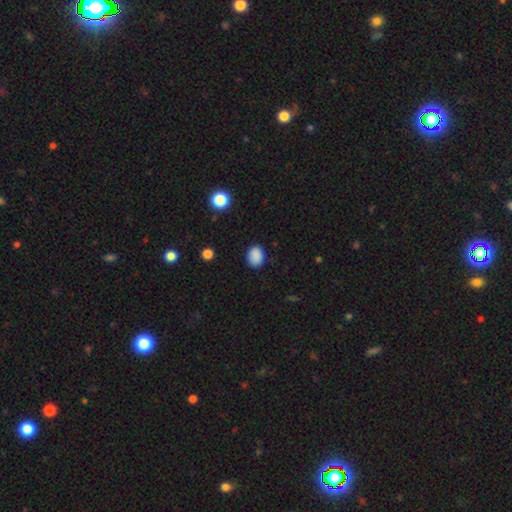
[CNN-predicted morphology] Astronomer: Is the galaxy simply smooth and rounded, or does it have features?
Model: smooth — 88%.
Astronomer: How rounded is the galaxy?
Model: in between — 63%.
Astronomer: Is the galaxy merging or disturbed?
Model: none — 86%.